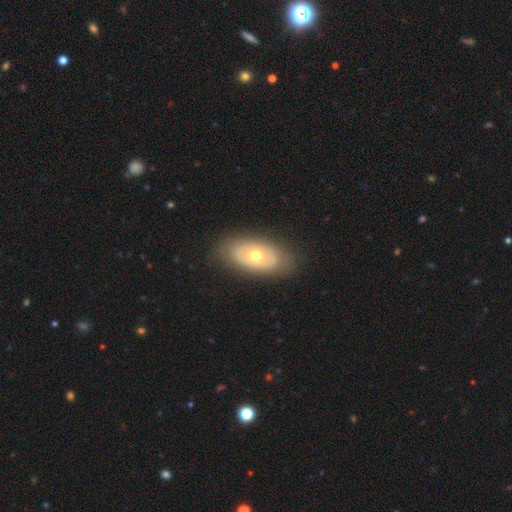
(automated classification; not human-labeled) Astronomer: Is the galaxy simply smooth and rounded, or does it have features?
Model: featured or disk — 53% (runner-up: smooth, 42%).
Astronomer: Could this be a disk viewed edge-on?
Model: no — 88%.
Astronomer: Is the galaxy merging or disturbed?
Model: none — 84%.